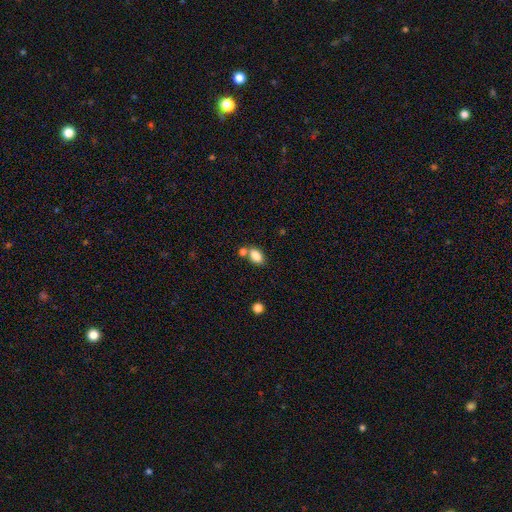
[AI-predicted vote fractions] Morphology: type=smooth (85%); roundness=in between (87%); merging=none (60%).